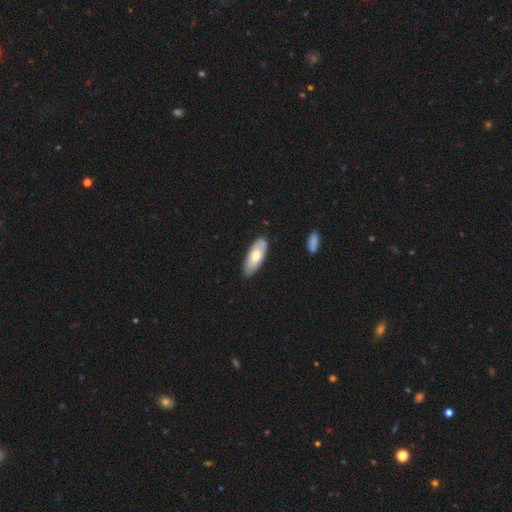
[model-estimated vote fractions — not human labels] Q: Smooth or featured?
A: smooth (64%); runner-up: featured or disk (31%)
Q: How rounded?
A: in between (82%); runner-up: cigar-shaped (16%)
Q: Merging?
A: none (86%); runner-up: minor disturbance (11%)